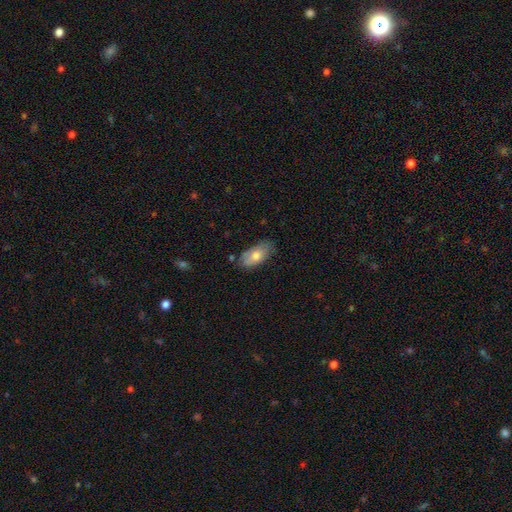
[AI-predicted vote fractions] This appears to be a smooth galaxy with no disk features (71%) that is in between round and cigar-shaped (91%). Merging: none (70%).